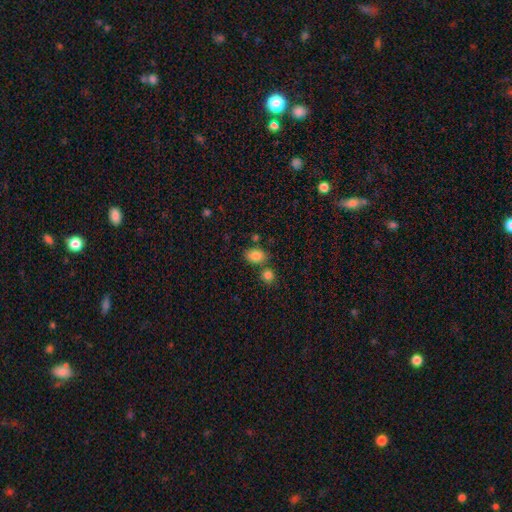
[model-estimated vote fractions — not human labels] smooth 84%, star or artifact 9%, featured or disk 7%. Down the decision tree: how rounded — in between (76%); merging — none (68%).